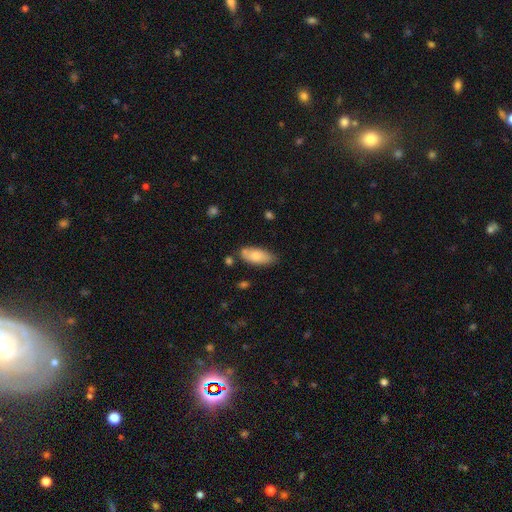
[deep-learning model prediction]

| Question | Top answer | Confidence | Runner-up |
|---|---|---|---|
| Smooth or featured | smooth | 81% | featured or disk (13%) |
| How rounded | in between | 83% | cigar-shaped (15%) |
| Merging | none | 68% | minor disturbance (22%) |